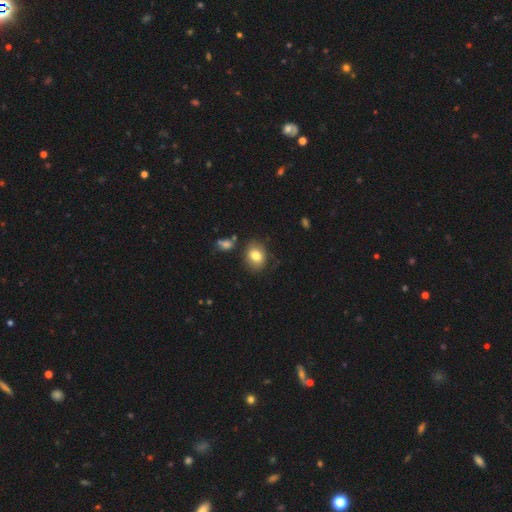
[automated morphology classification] Smooth or featured? Predicted: smooth (p=0.80). How rounded? Predicted: round (p=0.51). Merging? Predicted: none (p=0.77).